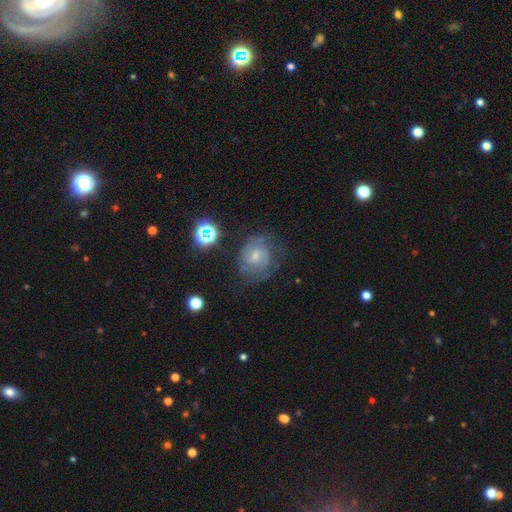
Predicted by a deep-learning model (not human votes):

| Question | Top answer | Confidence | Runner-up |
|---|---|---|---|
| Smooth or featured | featured or disk | 68% | smooth (21%) |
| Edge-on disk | no | 98% | yes (2%) |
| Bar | weak | 49% | no (43%) |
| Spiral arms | yes | 90% | no (10%) |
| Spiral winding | tight | 47% | medium (41%) |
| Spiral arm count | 2 | 51% | can't tell (30%) |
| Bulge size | small | 53% | moderate (36%) |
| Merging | none | 62% | minor disturbance (22%) |